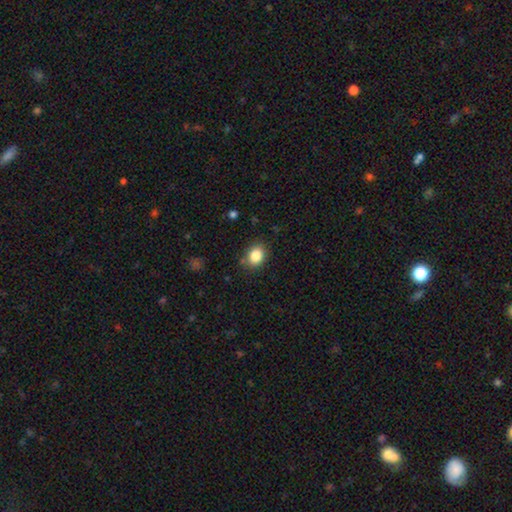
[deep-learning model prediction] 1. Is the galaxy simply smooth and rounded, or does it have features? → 84% smooth, 9% star or artifact, 6% featured or disk.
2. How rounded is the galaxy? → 55% in between, 44% round, 1% cigar-shaped.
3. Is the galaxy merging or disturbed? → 83% none, 12% minor disturbance, 3% major disturbance, 2% merger.